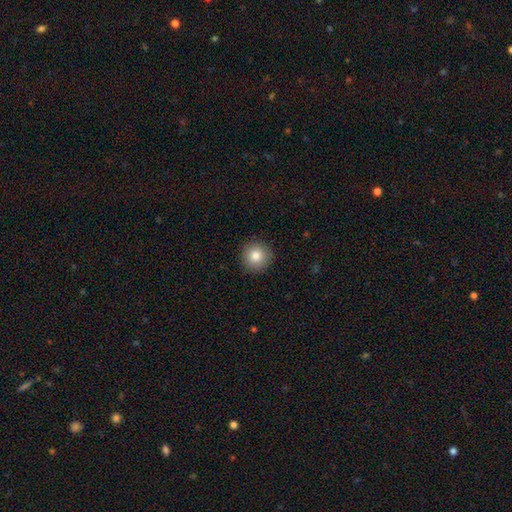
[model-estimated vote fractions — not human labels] Overall: smooth (82%). How rounded: round (95%). Merging: none (92%).